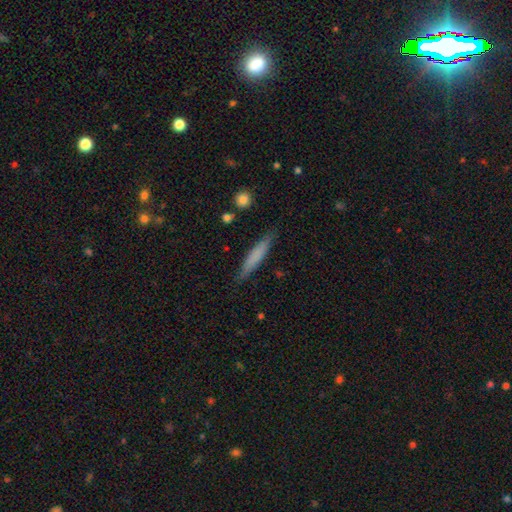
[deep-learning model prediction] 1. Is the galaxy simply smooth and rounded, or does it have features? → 68% smooth, 26% featured or disk, 6% star or artifact.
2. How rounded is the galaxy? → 92% cigar-shaped, 7% in between, 1% round.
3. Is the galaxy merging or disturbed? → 86% none, 11% minor disturbance, 2% major disturbance, 1% merger.